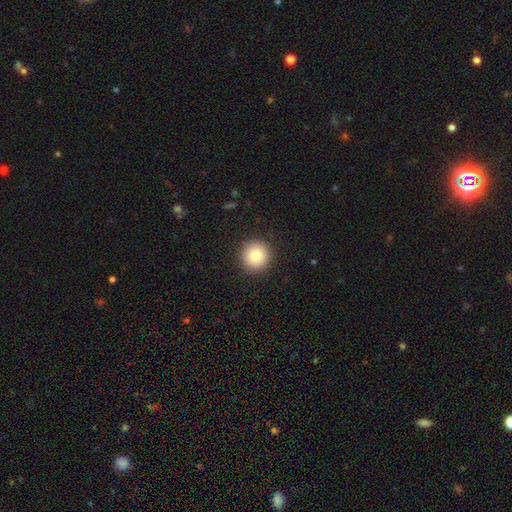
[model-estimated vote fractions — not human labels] Smooth or featured: smooth — 84% (star or artifact — 9%)
How rounded: round — 95% (in between — 4%)
Merging: none — 92% (minor disturbance — 5%)